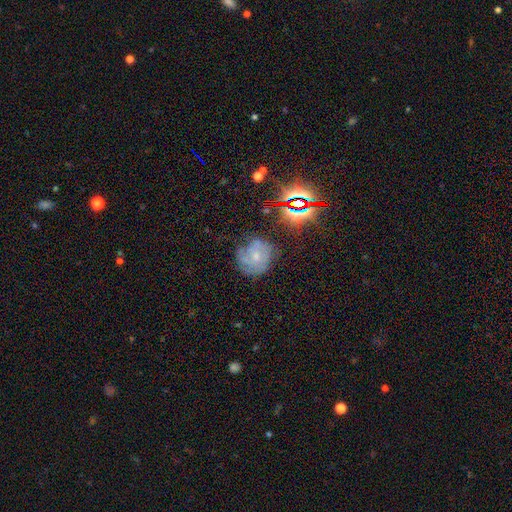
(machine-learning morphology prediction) This is likely a featured or disk galaxy (61%). It is clearly not viewed edge-on (97%). Bar: likely no (77%). Spiral arm pattern: clearly yes (85%). Spiral arm count: marginally can't tell (35%). Spiral winding: possibly tight (57%). Central bulge: likely small (63%). Merging: likely none (61%).